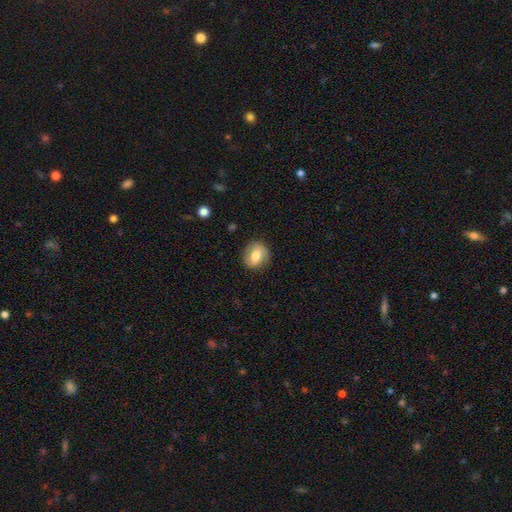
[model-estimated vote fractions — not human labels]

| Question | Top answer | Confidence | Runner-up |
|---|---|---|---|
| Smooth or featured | smooth | 65% | featured or disk (27%) |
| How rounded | round | 70% | in between (29%) |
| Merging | none | 84% | minor disturbance (12%) |